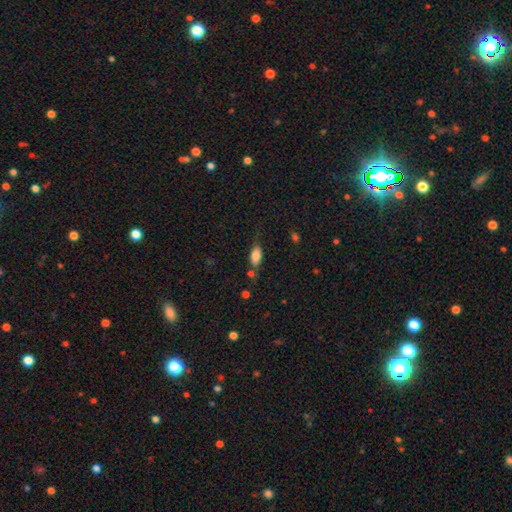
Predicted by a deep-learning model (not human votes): The model was most divided on "merging": none: 59%, minor disturbance: 25%, major disturbance: 8%, merger: 8%. More confident: how rounded — in between (88%); smooth or featured — smooth (80%).